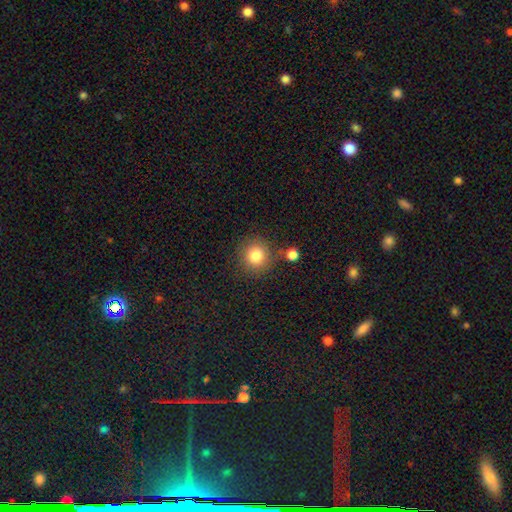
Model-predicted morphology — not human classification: Smooth or featured? Predicted: smooth (p=0.83). How rounded? Predicted: round (p=0.91). Merging? Predicted: none (p=0.78).